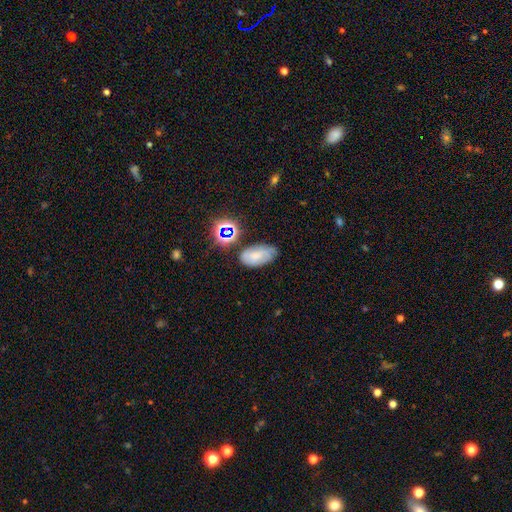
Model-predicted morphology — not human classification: This appears to be a smooth galaxy with no disk features (57%) that is in between round and cigar-shaped (91%). Merging: none (58%).